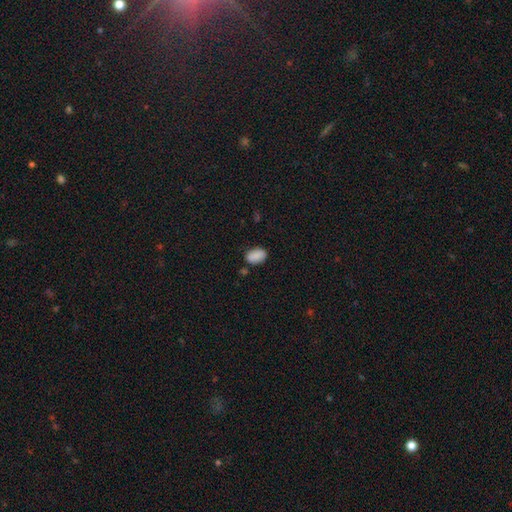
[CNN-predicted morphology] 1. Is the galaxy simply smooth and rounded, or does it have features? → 88% smooth, 8% star or artifact, 5% featured or disk.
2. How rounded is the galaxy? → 88% in between, 11% round, 1% cigar-shaped.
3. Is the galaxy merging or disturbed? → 77% none, 16% minor disturbance, 4% merger, 3% major disturbance.